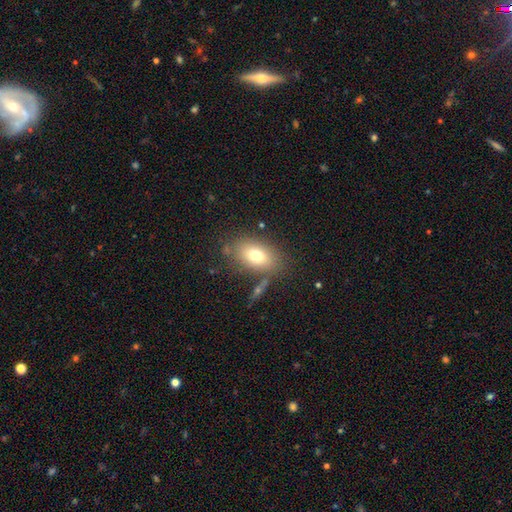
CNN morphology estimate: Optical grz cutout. It shows a smooth galaxy with no disk features (73%) that is in between round and cigar-shaped (85%). Merging: none (76%).